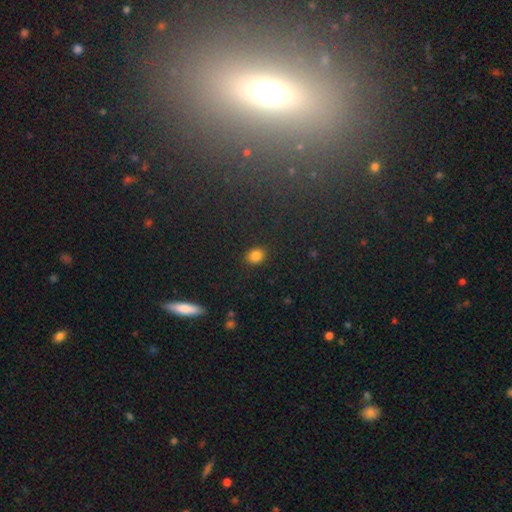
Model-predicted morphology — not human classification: Smooth or featured?
  - smooth: 84% *
  - star or artifact: 11%
  - featured or disk: 5%
How rounded?
  - in between: 51% *
  - round: 48%
  - cigar-shaped: 1%
Merging?
  - none: 89% *
  - minor disturbance: 8%
  - major disturbance: 2%
  - merger: 1%